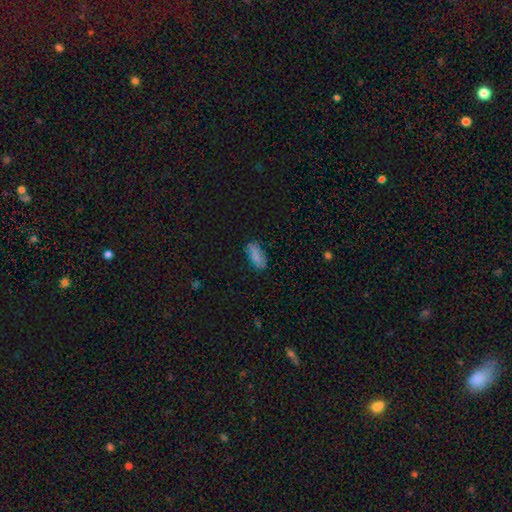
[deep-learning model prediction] smooth 65%, star or artifact 25%, featured or disk 10%. Down the decision tree: how rounded — in between (88%); merging — none (76%).